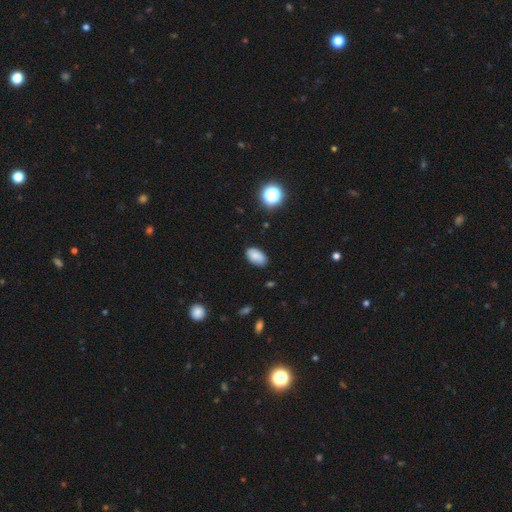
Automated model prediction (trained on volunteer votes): This appears to be a smooth galaxy with no disk features (82%) that is in between round and cigar-shaped (92%). Merging: none (83%).